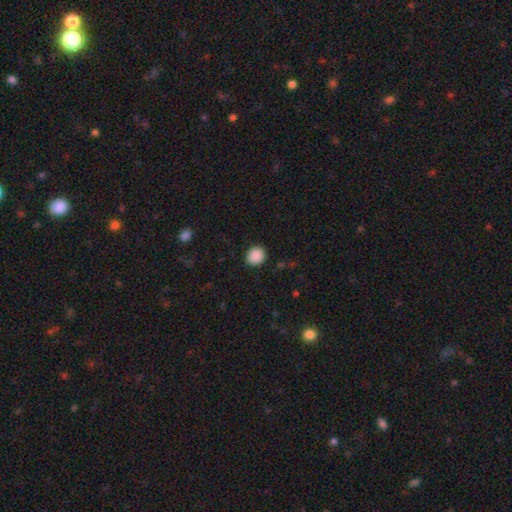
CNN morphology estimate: Smooth or featured: smooth — 89% (star or artifact — 9%)
How rounded: round — 88% (in between — 11%)
Merging: none — 90% (minor disturbance — 6%)